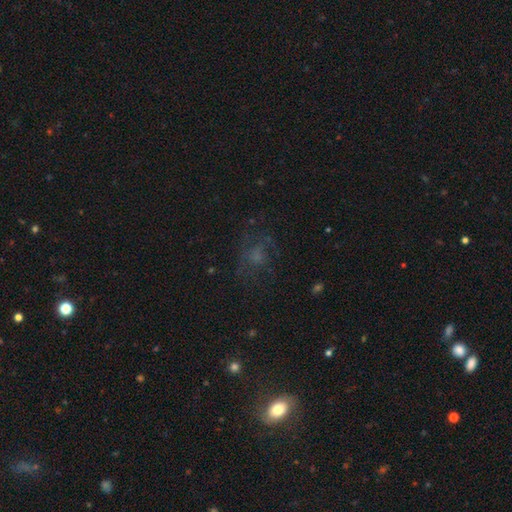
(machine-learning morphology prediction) smooth_or_featured: smooth (p=0.39) [alt: featured or disk p=0.33]
merging: none (p=0.57) [alt: major disturbance p=0.23]